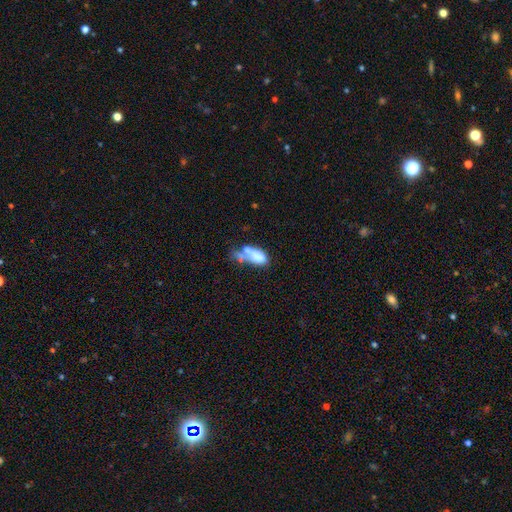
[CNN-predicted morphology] Smooth or featured?
  - smooth: 60% *
  - featured or disk: 30%
  - star or artifact: 10%
How rounded?
  - in between: 74% *
  - cigar-shaped: 22%
  - round: 4%
Merging?
  - merger: 45% *
  - major disturbance: 22%
  - none: 18%
  - minor disturbance: 15%